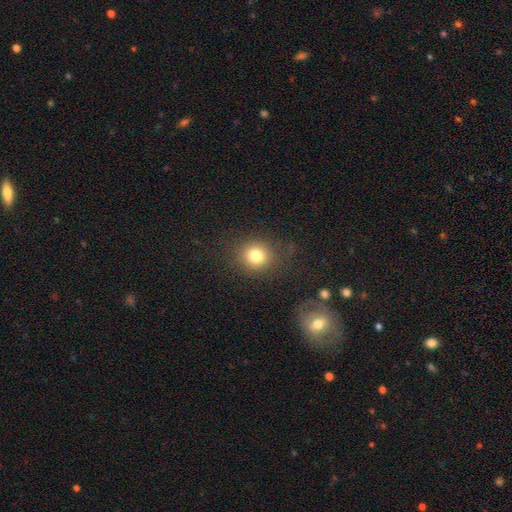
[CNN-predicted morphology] This is likely a smooth galaxy (78%). How rounded: clearly round (86%). Merging: clearly none (84%).